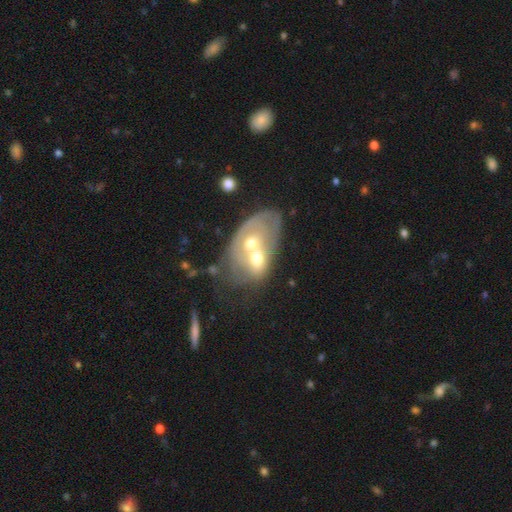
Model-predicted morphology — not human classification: Smooth or featured?
  - featured or disk: 54% *
  - smooth: 38%
  - star or artifact: 8%
Edge-on disk?
  - no: 93% *
  - yes: 7%
Bar?
  - no: 87% *
  - weak: 10%
  - strong: 3%
Spiral arms?
  - no: 82% *
  - yes: 18%
Bulge size?
  - moderate: 66% *
  - small: 23%
  - large: 7%
  - none: 3%
  - dominant: 2%
Merging?
  - merger: 73% *
  - none: 11%
  - major disturbance: 8%
  - minor disturbance: 8%